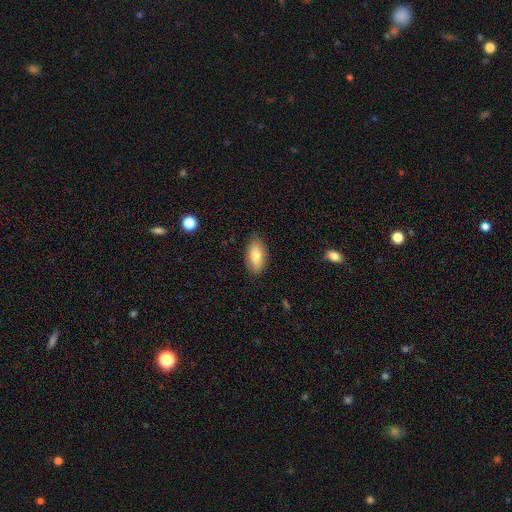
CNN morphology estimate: Smooth or featured? Predicted: smooth (p=0.79). How rounded? Predicted: in between (p=0.90). Merging? Predicted: none (p=0.84).